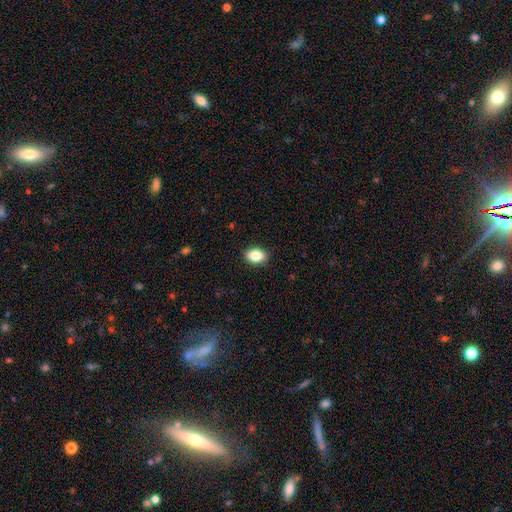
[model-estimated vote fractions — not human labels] The model was most divided on "how rounded": in between: 77%, round: 21%, cigar-shaped: 2%. More confident: merging — none (88%); smooth or featured — smooth (84%).